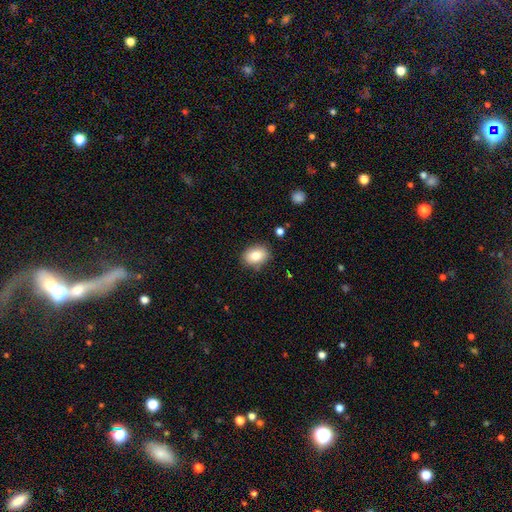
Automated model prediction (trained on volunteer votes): smooth-or-featured: smooth: 81% | featured or disk: 10% | star or artifact: 9%
  how-rounded: in between: 71% | round: 28% | cigar-shaped: 1%
  merging: none: 84% | minor disturbance: 11% | major disturbance: 3% | merger: 2%